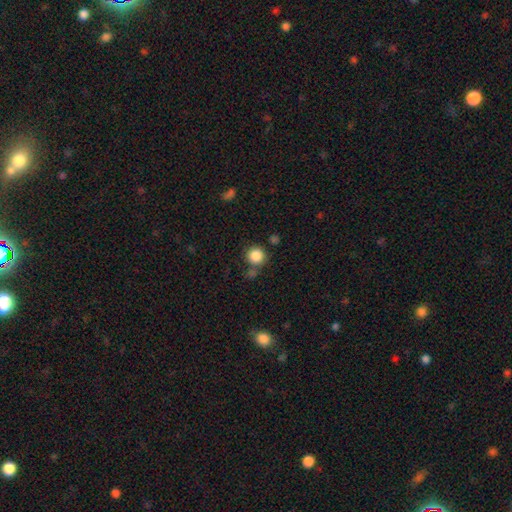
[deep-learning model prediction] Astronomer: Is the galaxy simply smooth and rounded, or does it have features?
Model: smooth — 86%.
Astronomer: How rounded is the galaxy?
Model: round — 93%.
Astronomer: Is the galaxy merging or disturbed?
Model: none — 77%.